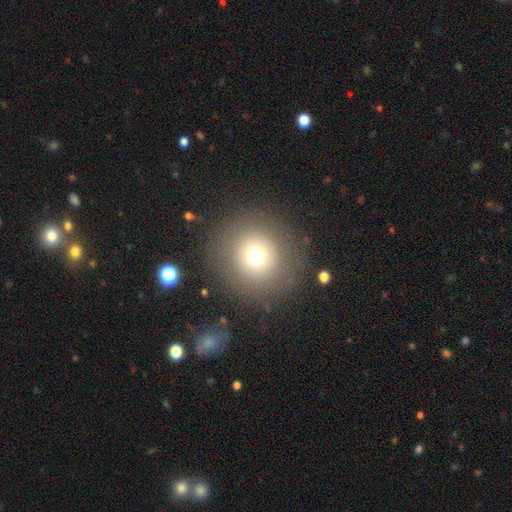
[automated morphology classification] This is likely a smooth galaxy (70%). How rounded: clearly round (94%). Merging: clearly none (84%).